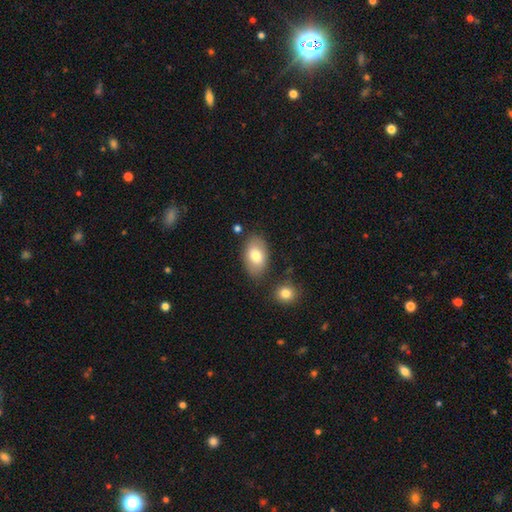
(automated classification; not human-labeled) Smooth or featured? smooth (76%)
How rounded? in between (91%)
Merging? none (77%)